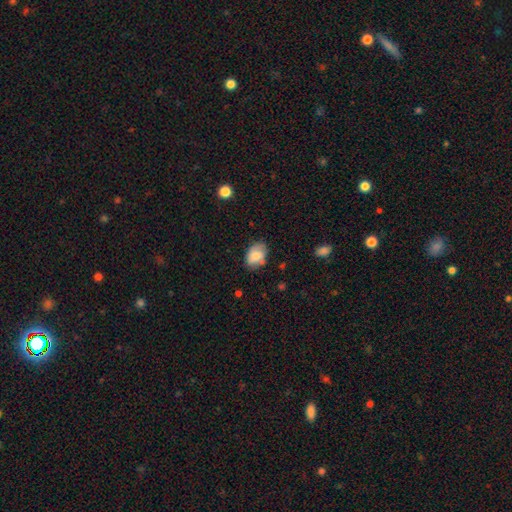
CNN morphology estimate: The model was most divided on "merging": none: 69%, minor disturbance: 23%, major disturbance: 4%, merger: 3%. More confident: how rounded — in between (83%); smooth or featured — smooth (77%).